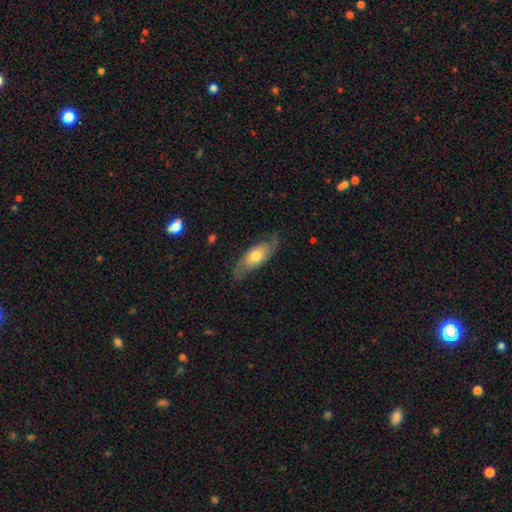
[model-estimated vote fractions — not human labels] Q: Smooth or featured?
A: featured or disk (58%); runner-up: smooth (36%)
Q: Edge-on disk?
A: no (83%); runner-up: yes (17%)
Q: Merging?
A: none (75%); runner-up: minor disturbance (17%)